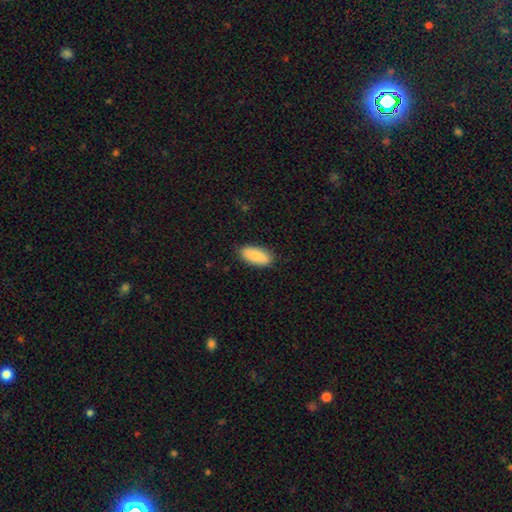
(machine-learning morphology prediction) This is clearly a smooth galaxy (81%). How rounded: clearly in between (92%). Merging: clearly none (84%).